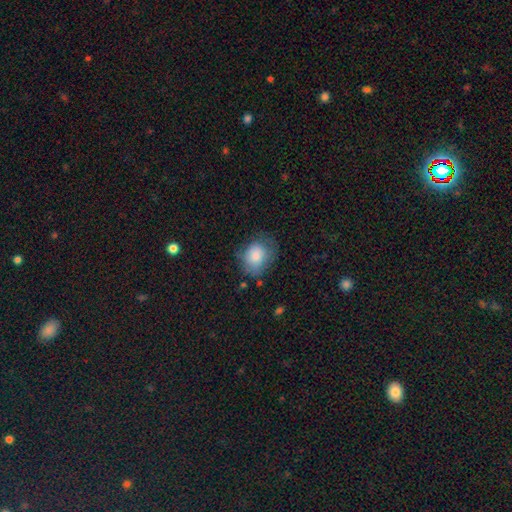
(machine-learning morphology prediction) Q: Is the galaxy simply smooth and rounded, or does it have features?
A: smooth — 80%.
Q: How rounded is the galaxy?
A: in between — 56%.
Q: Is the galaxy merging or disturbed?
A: none — 51%.